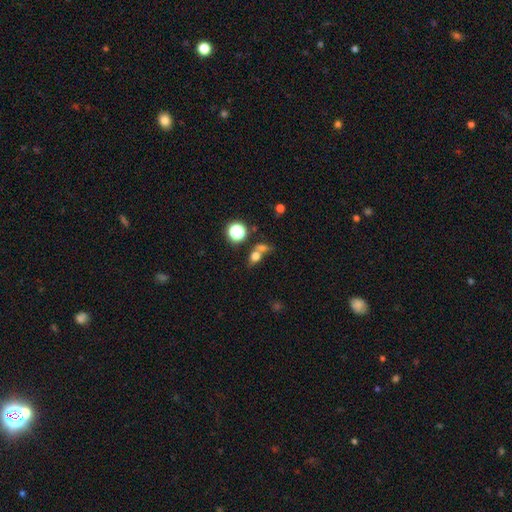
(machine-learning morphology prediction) The model was most divided on "how rounded": in between: 48%, round: 47%, cigar-shaped: 5%. Remaining: smooth or featured — smooth (69%); merging — merger (46%).